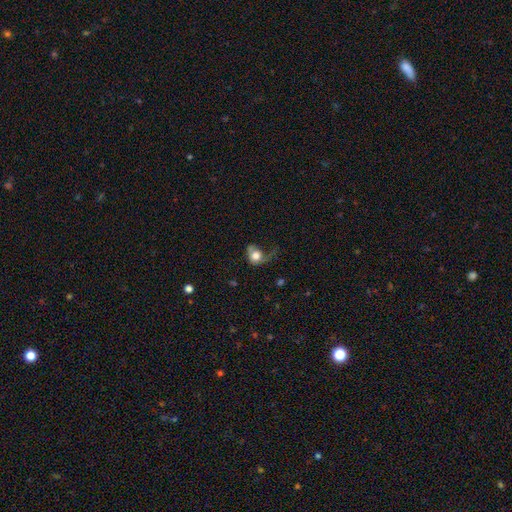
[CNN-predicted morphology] Overall: smooth (65%; featured or disk 26%). How rounded: round (61%; in between 37%). Merging: major disturbance (52%; none 22%).